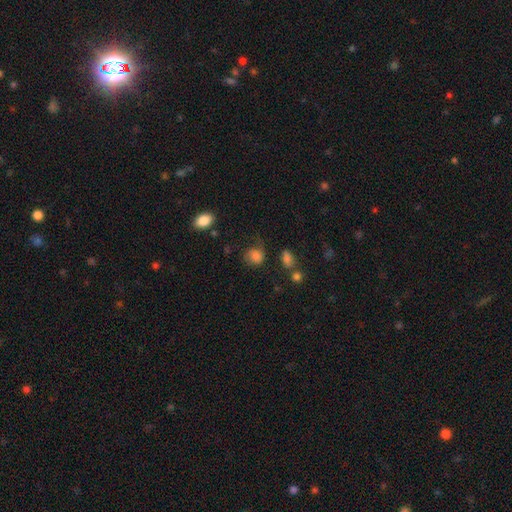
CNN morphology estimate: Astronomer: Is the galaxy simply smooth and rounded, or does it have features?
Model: smooth — 73%.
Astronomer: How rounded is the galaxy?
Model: round — 71%.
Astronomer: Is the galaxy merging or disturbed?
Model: none — 46% (runner-up: minor disturbance, 26%).